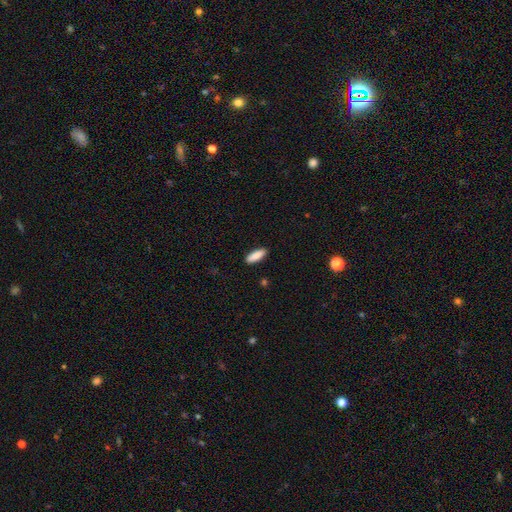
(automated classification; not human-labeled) Smooth or featured?
  - smooth: 87% *
  - featured or disk: 7%
  - star or artifact: 6%
How rounded?
  - in between: 61% *
  - cigar-shaped: 37%
  - round: 2%
Merging?
  - none: 89% *
  - minor disturbance: 8%
  - major disturbance: 2%
  - merger: 1%